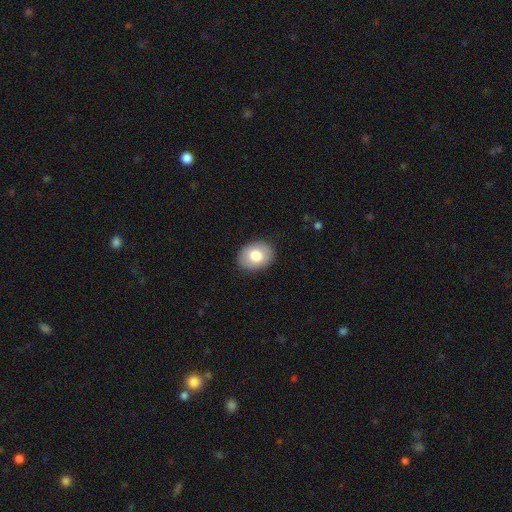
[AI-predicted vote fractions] A smooth galaxy with no disk features (78%) that is in between round and cigar-shaped (66%). Merging: none (88%).